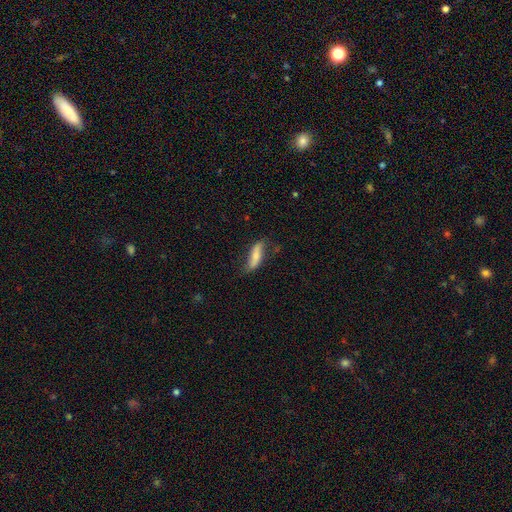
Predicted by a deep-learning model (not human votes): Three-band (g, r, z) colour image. It shows a smooth galaxy with no disk features (56%) that is cigar-shaped (55%). Merging: none (60%).